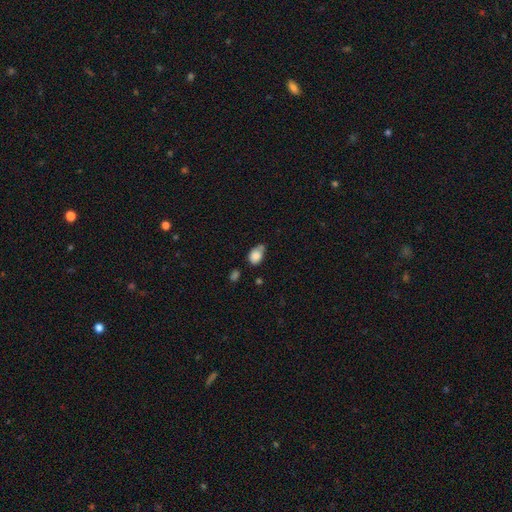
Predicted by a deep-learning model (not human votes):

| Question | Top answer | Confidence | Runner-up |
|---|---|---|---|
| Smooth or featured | smooth | 85% | star or artifact (9%) |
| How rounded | in between | 72% | round (27%) |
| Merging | none | 46% | minor disturbance (32%) |